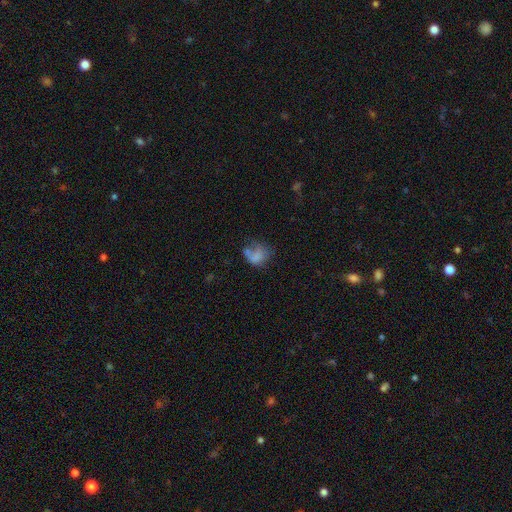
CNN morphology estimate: Smooth or featured: smooth — 62% (featured or disk — 26%)
How rounded: in between — 55% (round — 44%)
Merging: major disturbance — 37% (none — 29%)